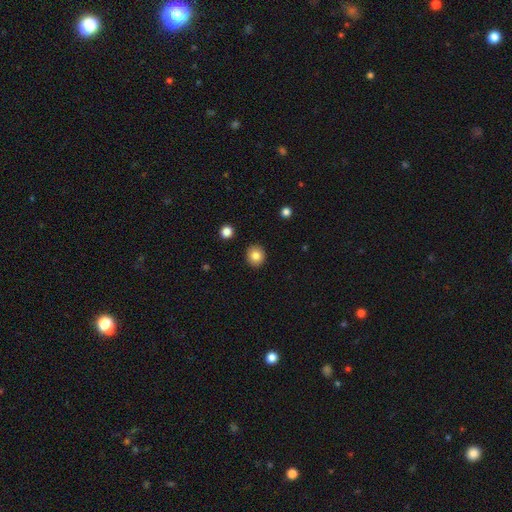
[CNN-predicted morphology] smooth-or-featured: smooth: 84% | star or artifact: 10% | featured or disk: 6%
  how-rounded: round: 88% | in between: 11% | cigar-shaped: 1%
  merging: none: 91% | minor disturbance: 6% | major disturbance: 2% | merger: 1%